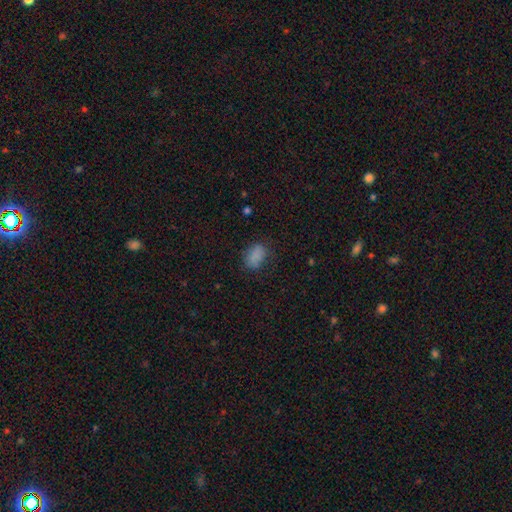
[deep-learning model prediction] Overall: smooth (83%). How rounded: in between (86%). Merging: none (72%).